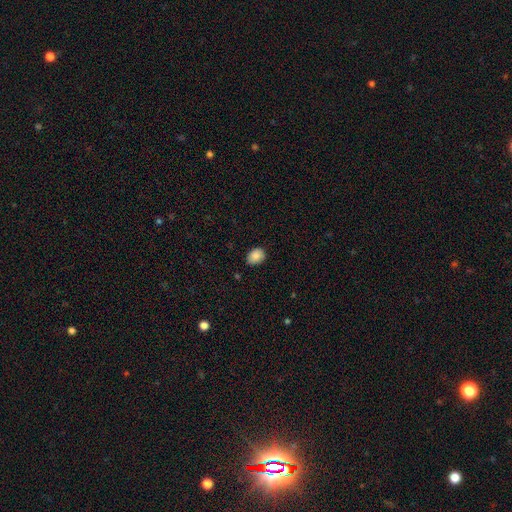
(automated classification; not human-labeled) This is clearly a smooth galaxy (88%). How rounded: likely in between (63%). Merging: clearly none (81%).